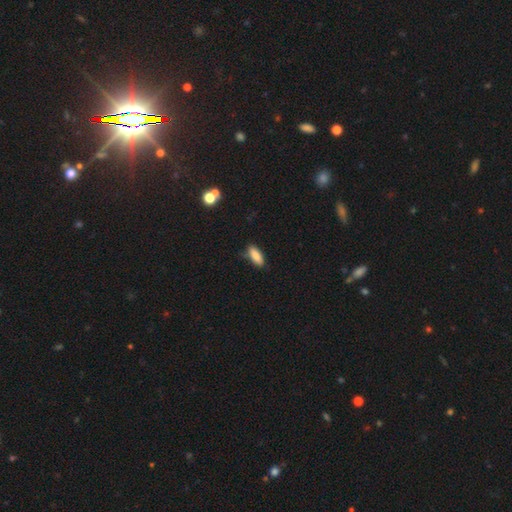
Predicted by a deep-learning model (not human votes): A smooth galaxy with no disk features (85%) that is in between round and cigar-shaped (77%).

Vote fractions:
- Smooth or featured? smooth: 85% / featured or disk: 8% / star or artifact: 7%
- How rounded? in between: 77% / cigar-shaped: 22% / round: 2%
- Merging? none: 77% / minor disturbance: 18% / major disturbance: 3% / merger: 2%